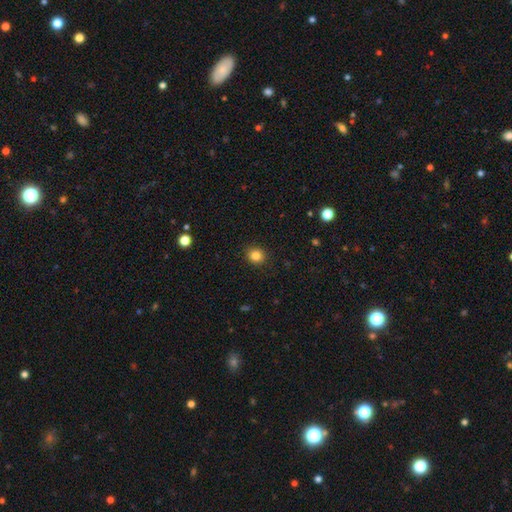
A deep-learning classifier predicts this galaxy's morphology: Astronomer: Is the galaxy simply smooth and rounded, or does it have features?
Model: smooth — 84%.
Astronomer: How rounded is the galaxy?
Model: round — 81%.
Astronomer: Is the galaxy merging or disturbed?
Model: none — 91%.